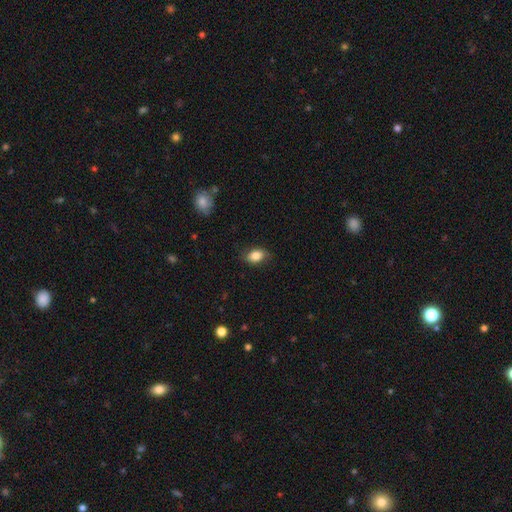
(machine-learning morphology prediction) type=smooth (83%); roundness=in between (83%); merging=none (79%).